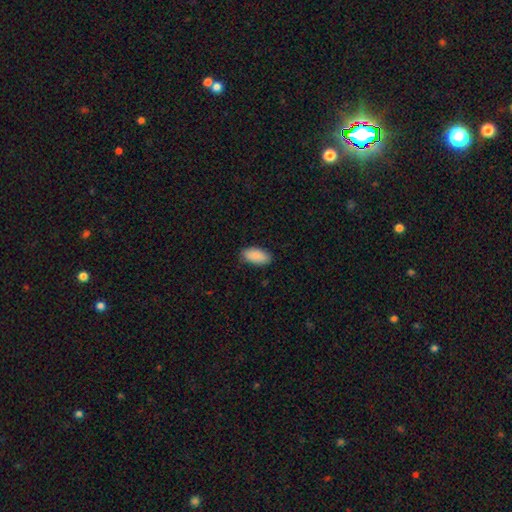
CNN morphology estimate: Q: Smooth or featured?
A: smooth (90%); runner-up: star or artifact (6%)
Q: How rounded?
A: in between (92%); runner-up: cigar-shaped (6%)
Q: Merging?
A: none (85%); runner-up: minor disturbance (11%)